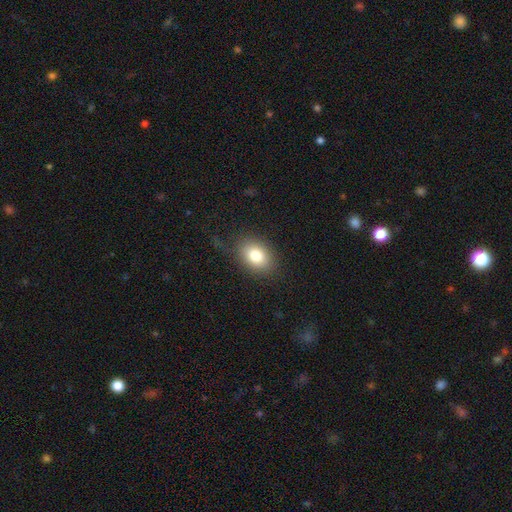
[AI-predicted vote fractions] Overall: smooth (79%). How rounded: in between (72%). Merging: none (79%).